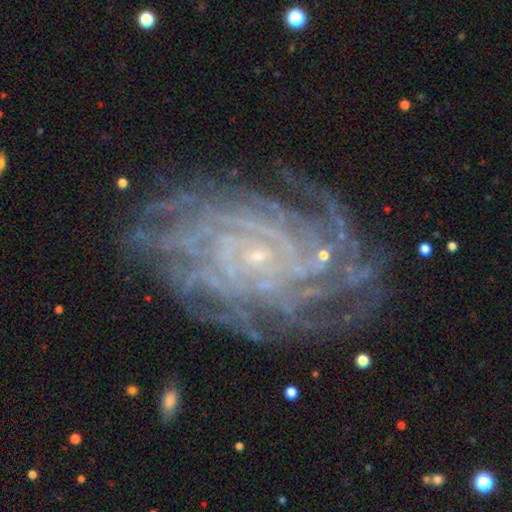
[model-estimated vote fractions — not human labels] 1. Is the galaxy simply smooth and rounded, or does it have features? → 88% featured or disk, 7% star or artifact, 5% smooth.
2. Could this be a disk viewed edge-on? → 97% no, 3% yes.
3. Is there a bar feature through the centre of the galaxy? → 71% no, 21% weak, 9% strong.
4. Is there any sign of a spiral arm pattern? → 98% yes, 2% no.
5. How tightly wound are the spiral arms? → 83% tight, 14% medium, 3% loose.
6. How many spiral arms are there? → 38% more than 4, 20% can't tell, 16% 4, 9% 3, 9% 2, 8% 1.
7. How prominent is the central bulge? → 88% small, 7% moderate, 3% none, 1% large, 1% dominant.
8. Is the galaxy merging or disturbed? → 79% none, 13% minor disturbance, 6% major disturbance, 2% merger.